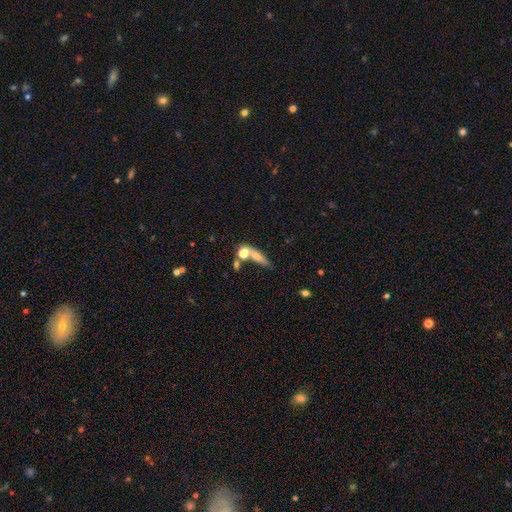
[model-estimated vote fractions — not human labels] Morphology: type=smooth (61%); roundness=cigar-shaped (47%); merging=none (41%).